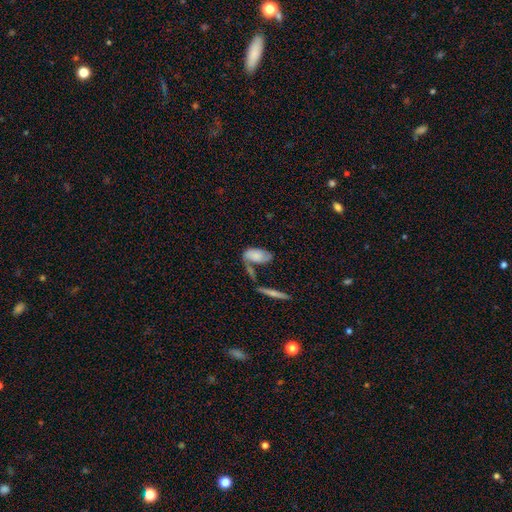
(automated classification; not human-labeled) A smooth galaxy with no disk features (64%) that is in between round and cigar-shaped (88%).

Vote fractions:
- Smooth or featured? smooth: 64% / featured or disk: 29% / star or artifact: 7%
- How rounded? in between: 88% / cigar-shaped: 8% / round: 3%
- Merging? none: 39% / merger: 25% / minor disturbance: 22% / major disturbance: 13%